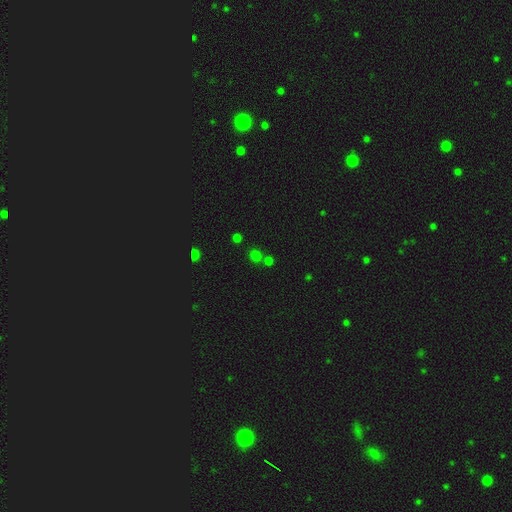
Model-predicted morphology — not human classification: A smooth galaxy with no disk features (61%) that is round (88%). Merging: none (71%).